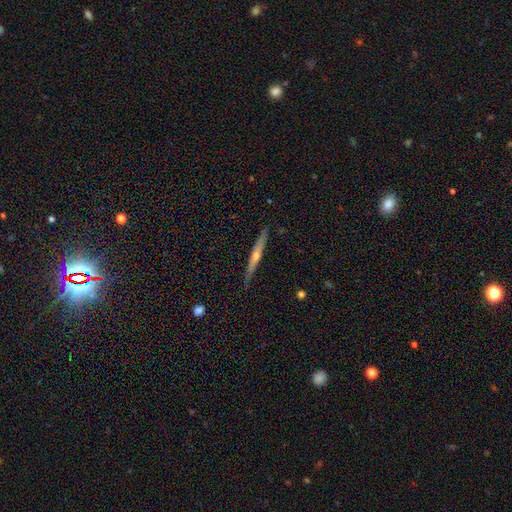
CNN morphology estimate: type=featured or disk (76%); edge-on=yes (98%); edge-on bulge=rounded (82%); merging=none (90%).